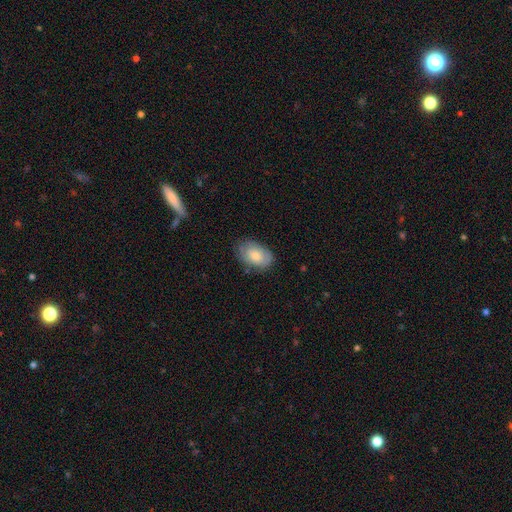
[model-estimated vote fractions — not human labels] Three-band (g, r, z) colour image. It shows a smooth galaxy with no disk features (70%) that is in between round and cigar-shaped (89%). Merging: none (73%).